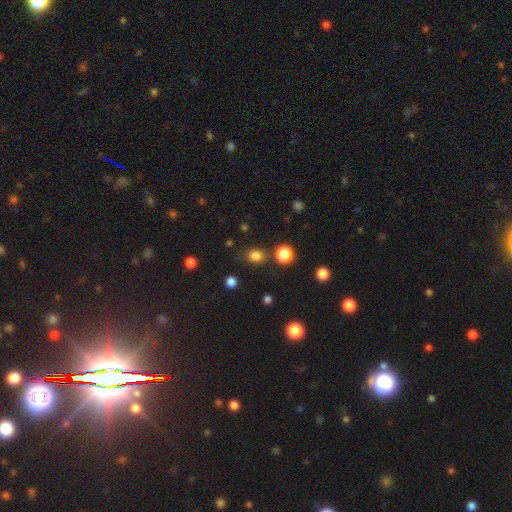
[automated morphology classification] Overall: smooth (81%). How rounded: round (71%). Merging: none (80%).